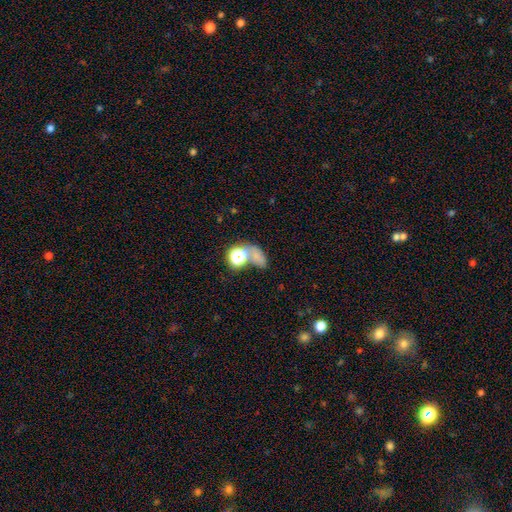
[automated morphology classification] Smooth or featured?
  - smooth: 55% *
  - star or artifact: 32%
  - featured or disk: 13%
How rounded?
  - in between: 63% *
  - round: 34%
  - cigar-shaped: 3%
Merging?
  - none: 39% *
  - merger: 33%
  - major disturbance: 15%
  - minor disturbance: 14%